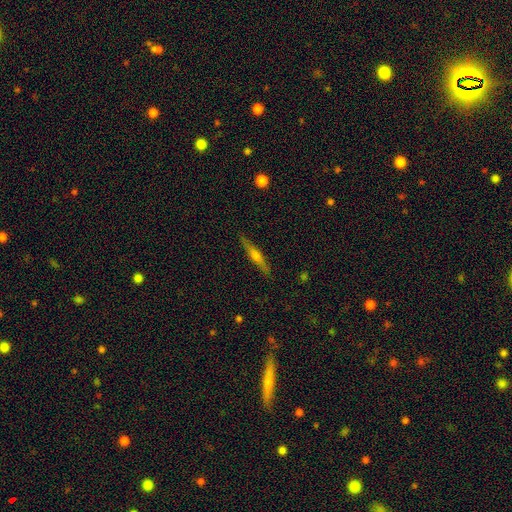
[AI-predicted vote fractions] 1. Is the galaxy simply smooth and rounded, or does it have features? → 62% featured or disk, 32% smooth, 7% star or artifact.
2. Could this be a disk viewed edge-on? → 96% yes, 4% no.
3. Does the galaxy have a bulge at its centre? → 82% rounded, 10% none, 8% boxy.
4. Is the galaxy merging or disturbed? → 89% none, 8% minor disturbance, 2% major disturbance, 1% merger.